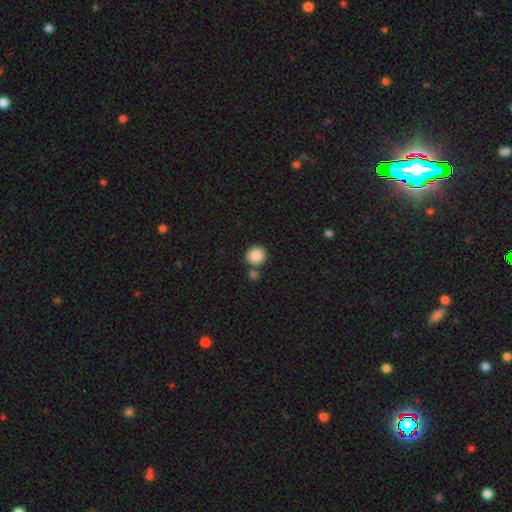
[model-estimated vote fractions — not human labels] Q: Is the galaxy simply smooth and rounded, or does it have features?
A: smooth — 88%.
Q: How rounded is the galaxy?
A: round — 89%.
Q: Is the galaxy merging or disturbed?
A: none — 74%.